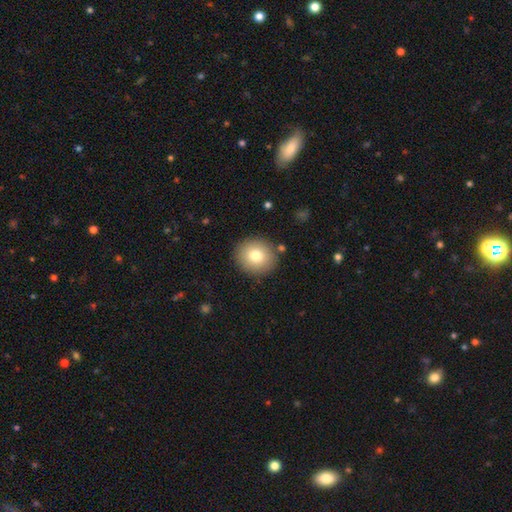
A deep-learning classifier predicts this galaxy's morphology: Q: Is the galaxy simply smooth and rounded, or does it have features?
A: smooth — 77%.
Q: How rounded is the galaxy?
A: round — 87%.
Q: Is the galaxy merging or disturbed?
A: none — 89%.